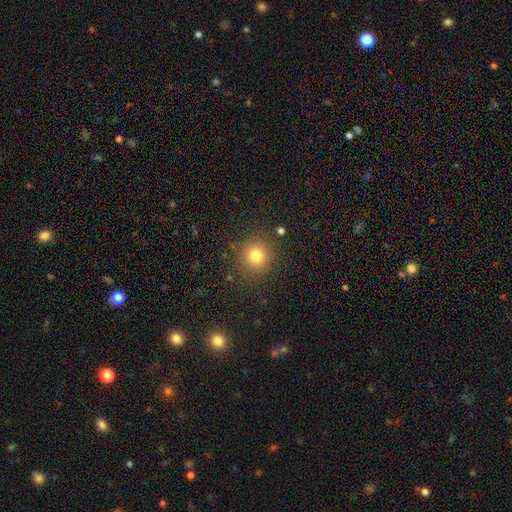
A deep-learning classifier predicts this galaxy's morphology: This is likely a smooth galaxy (79%). How rounded: clearly round (92%). Merging: clearly none (88%).